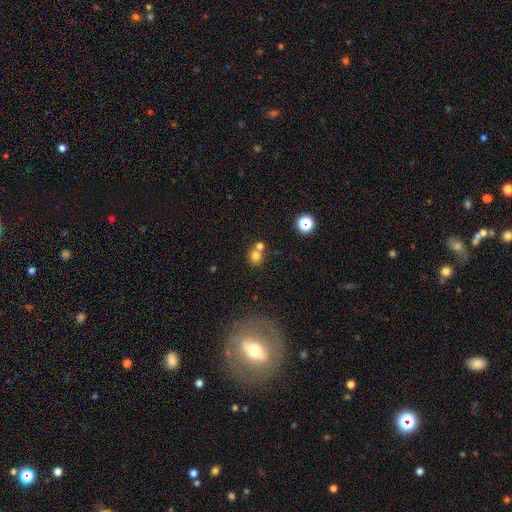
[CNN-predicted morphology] This appears to be a smooth galaxy with no disk features (75%) that is round (84%). Merging: none (50%).